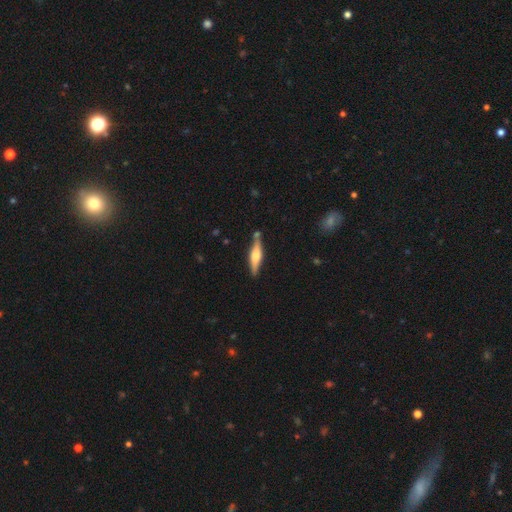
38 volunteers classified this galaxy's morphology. This is possibly a featured or disk galaxy (50%). It is clearly viewed edge-on (100%). Edge-on bulge: likely rounded (74%). Merging: likely none (74%).